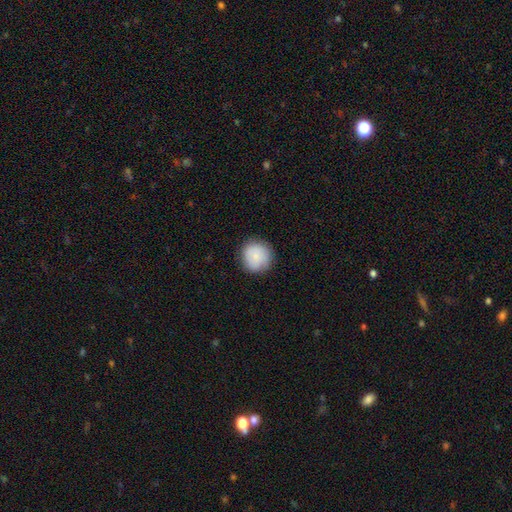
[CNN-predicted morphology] type=smooth (84%); roundness=round (92%); merging=none (84%).